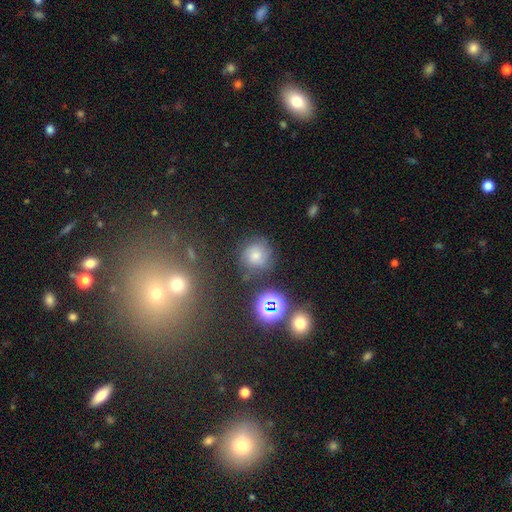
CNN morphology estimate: The model was most divided on "smooth or featured": smooth: 54%, star or artifact: 29%, featured or disk: 18%. More confident: how rounded — round (90%); merging — none (78%).